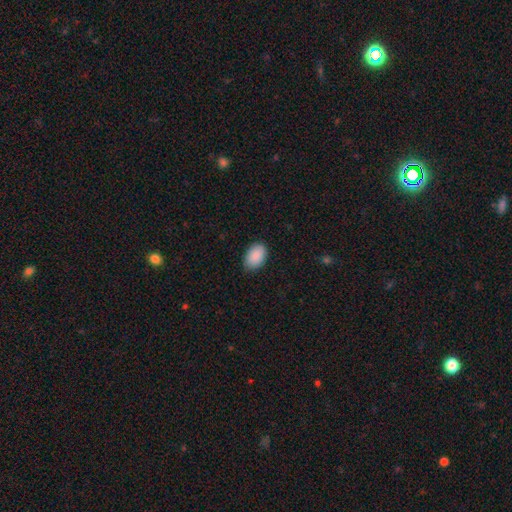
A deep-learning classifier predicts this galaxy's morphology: Smooth or featured? Predicted: smooth (p=0.91). How rounded? Predicted: in between (p=0.90). Merging? Predicted: none (p=0.86).